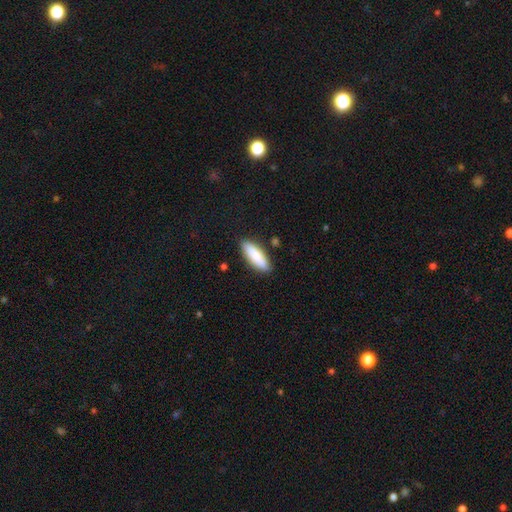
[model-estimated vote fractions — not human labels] Overall: smooth (85%). How rounded: in between (53%; cigar-shaped 45%). Merging: none (86%).